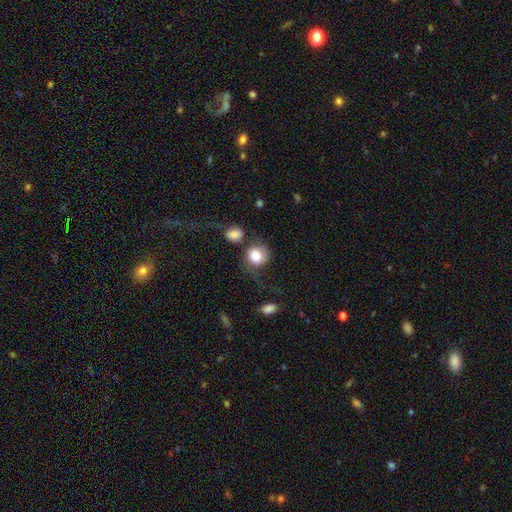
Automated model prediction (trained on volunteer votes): Overall: smooth (78%). How rounded: round (73%). Merging: none (38%; major disturbance 21%).